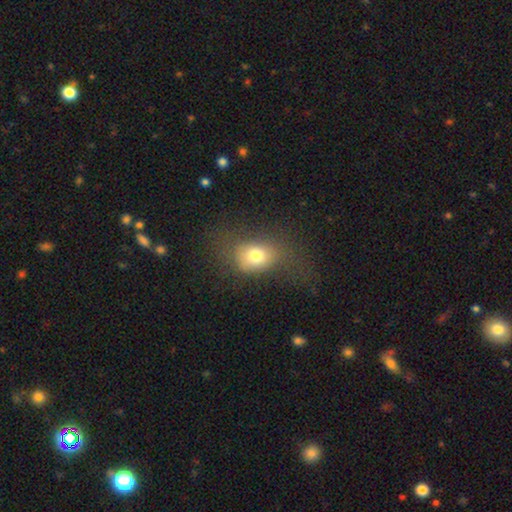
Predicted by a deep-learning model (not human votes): This is likely a smooth galaxy (74%). How rounded: likely in between (61%). Merging: possibly none (56%).